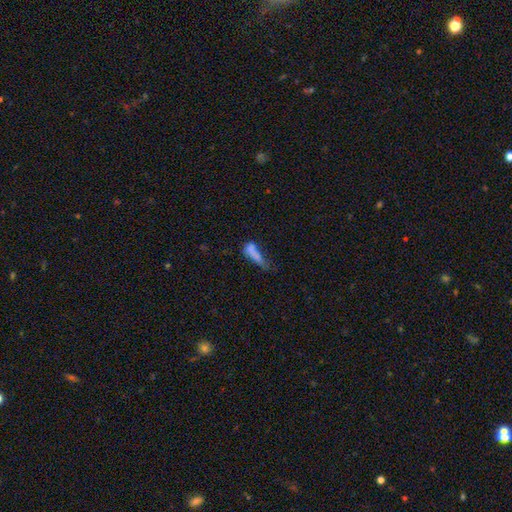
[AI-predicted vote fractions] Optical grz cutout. It shows a smooth galaxy with no disk features (69%) that is cigar-shaped (57%). Merging: major disturbance (32%).